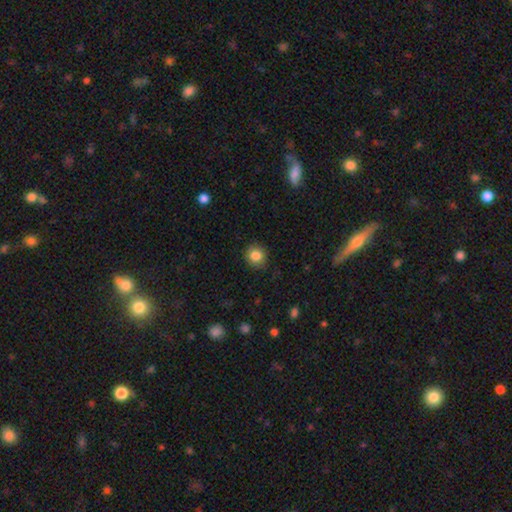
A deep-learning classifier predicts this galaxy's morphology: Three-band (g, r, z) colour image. It shows a smooth galaxy with no disk features (84%) that is round (81%). Merging: none (87%).